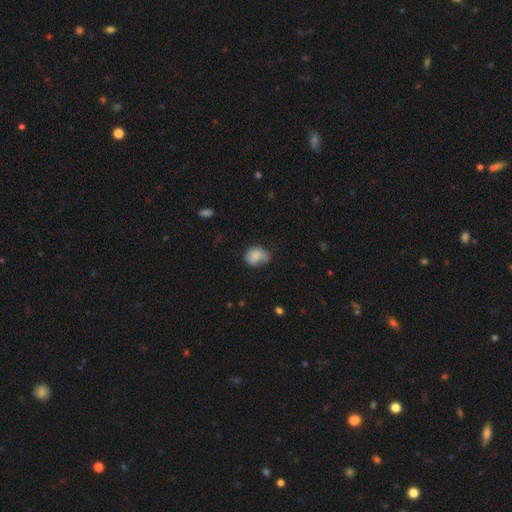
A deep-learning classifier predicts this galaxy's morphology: This is likely a smooth galaxy (76%). How rounded: possibly in between (50%). Merging: marginally none (42%).